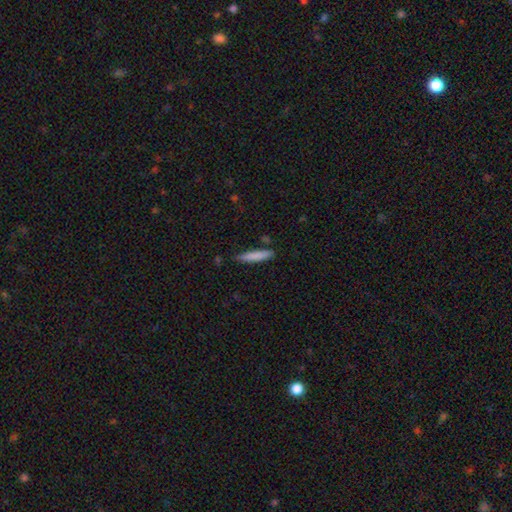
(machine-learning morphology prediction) Smooth or featured?
  - smooth: 81% *
  - featured or disk: 14%
  - star or artifact: 6%
How rounded?
  - cigar-shaped: 89% *
  - in between: 9%
  - round: 1%
Merging?
  - none: 82% *
  - minor disturbance: 13%
  - merger: 3%
  - major disturbance: 2%